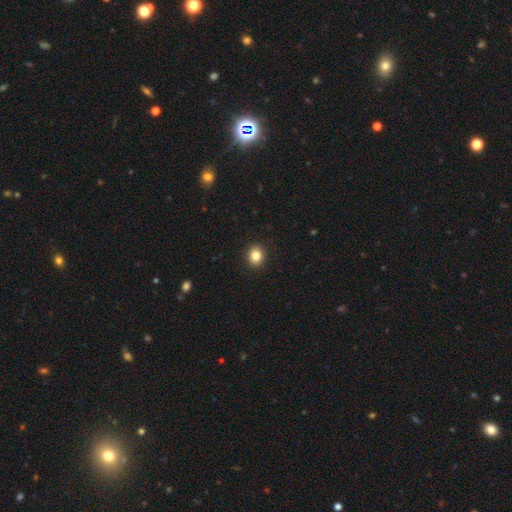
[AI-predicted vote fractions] Morphology: type=smooth (83%); roundness=round (67%); merging=none (92%).